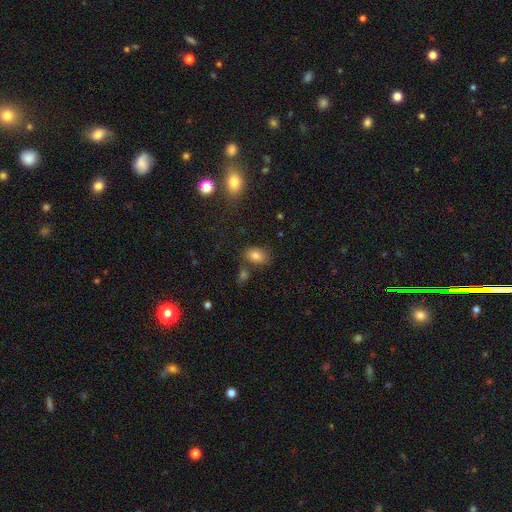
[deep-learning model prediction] Smooth or featured?
  - smooth: 79% *
  - star or artifact: 11%
  - featured or disk: 10%
How rounded?
  - in between: 80% *
  - round: 18%
  - cigar-shaped: 1%
Merging?
  - none: 73% *
  - minor disturbance: 14%
  - merger: 9%
  - major disturbance: 4%